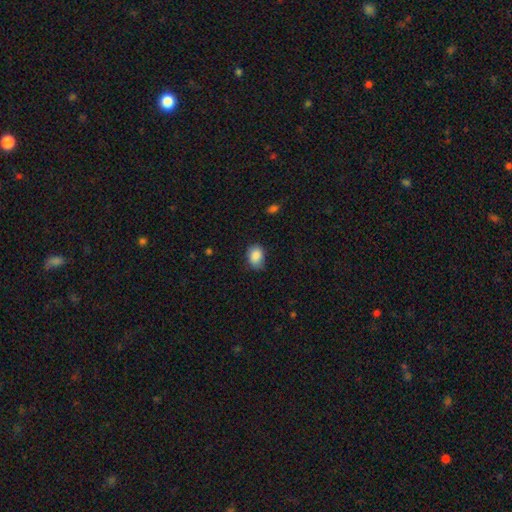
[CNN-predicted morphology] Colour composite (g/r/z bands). It shows a smooth galaxy with no disk features (87%) that is in between round and cigar-shaped (67%). Merging: none (66%).